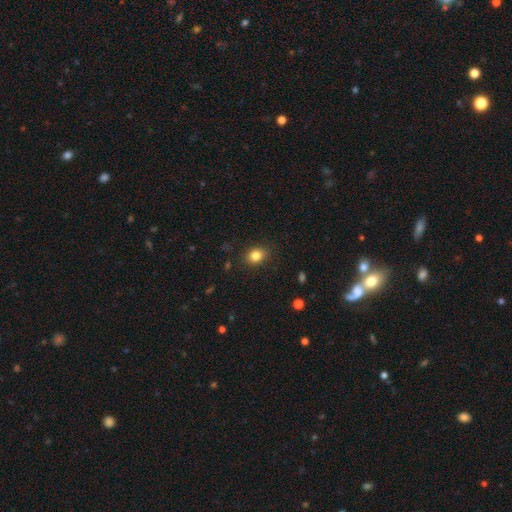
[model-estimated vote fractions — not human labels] smooth_or_featured: smooth (p=0.83) [alt: star or artifact p=0.11]
how_rounded: round (p=0.50) [alt: in between p=0.49]
merging: none (p=0.87) [alt: minor disturbance p=0.09]